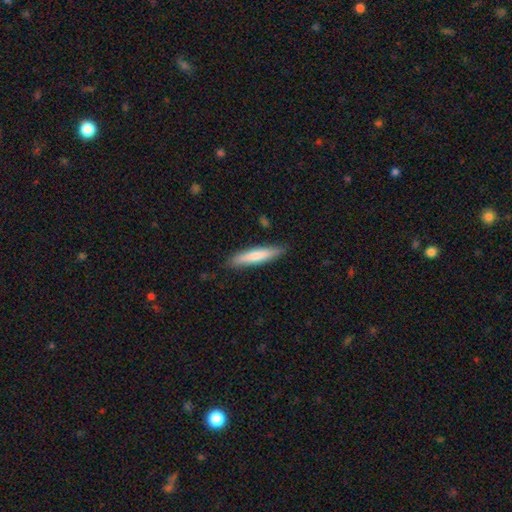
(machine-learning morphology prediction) type=smooth (72%); roundness=cigar-shaped (89%); merging=none (88%).